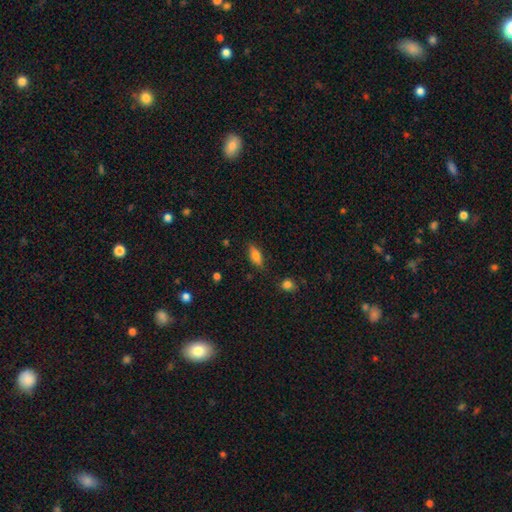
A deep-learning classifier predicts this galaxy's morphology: Q: Smooth or featured?
A: smooth (76%); runner-up: featured or disk (16%)
Q: How rounded?
A: in between (72%); runner-up: cigar-shaped (25%)
Q: Merging?
A: none (81%); runner-up: minor disturbance (14%)